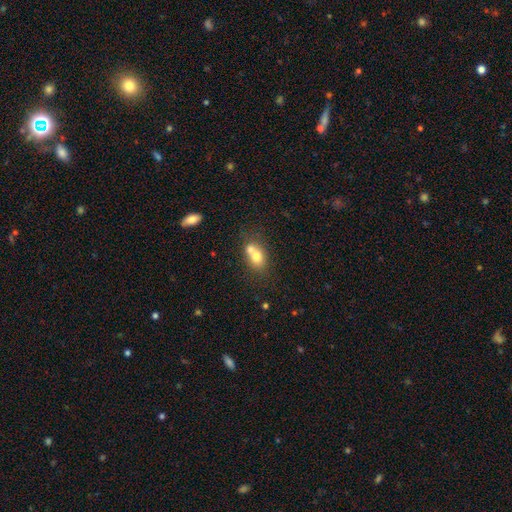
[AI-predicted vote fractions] Smooth or featured: smooth — 69% (featured or disk — 21%)
How rounded: in between — 58% (round — 40%)
Merging: merger — 58% (none — 30%)